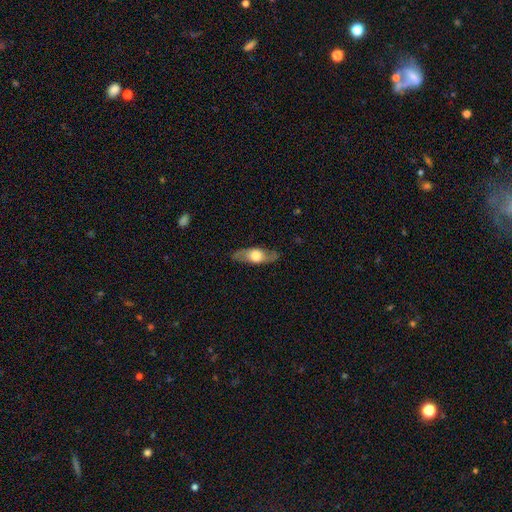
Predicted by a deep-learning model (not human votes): Smooth or featured?
  - featured or disk: 55% *
  - smooth: 39%
  - star or artifact: 6%
Edge-on disk?
  - yes: 50% * (tied)
  - no: 50% * (tied)
Merging?
  - none: 83% *
  - minor disturbance: 12%
  - major disturbance: 4%
  - merger: 1%